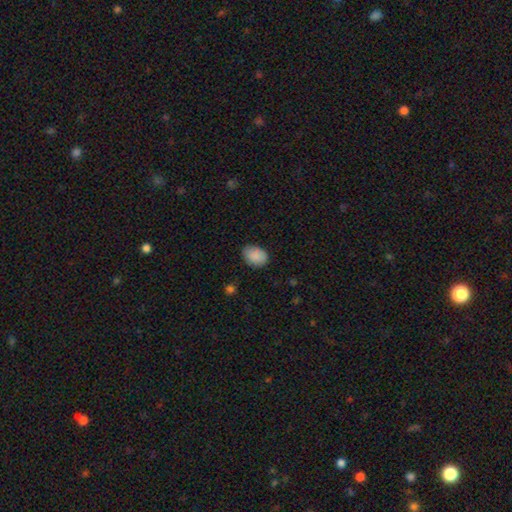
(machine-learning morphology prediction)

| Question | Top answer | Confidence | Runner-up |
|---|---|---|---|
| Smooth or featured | smooth | 89% | star or artifact (7%) |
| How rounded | in between | 74% | round (26%) |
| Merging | none | 82% | minor disturbance (14%) |